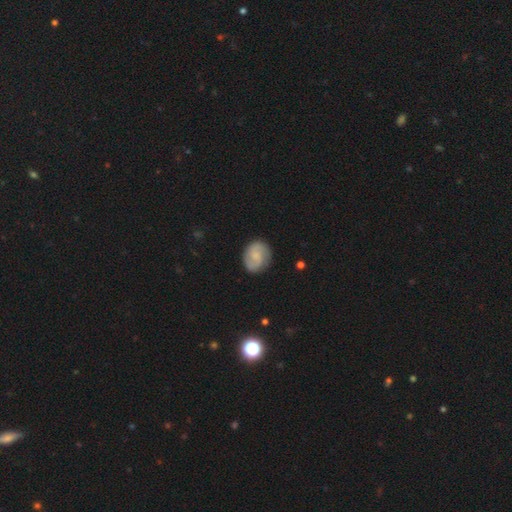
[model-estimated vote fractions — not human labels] Smooth or featured: featured or disk — 54% (smooth — 39%)
Edge-on disk: no — 98% (yes — 2%)
Bar: no — 49% (weak — 44%)
Spiral arms: yes — 90% (no — 10%)
Bulge size: small — 39% (none — 30%)
Merging: none — 82% (minor disturbance — 13%)